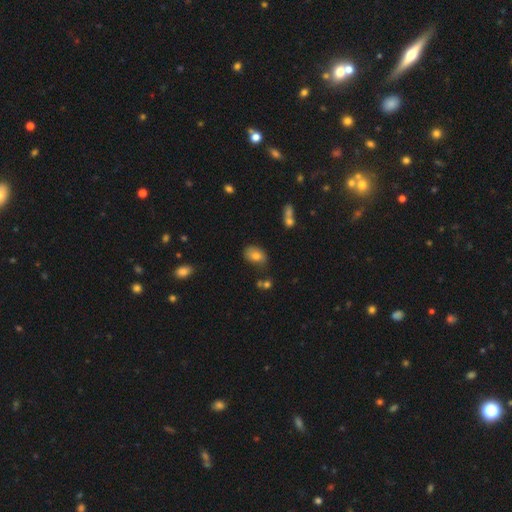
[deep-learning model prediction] This is likely a smooth galaxy (77%). How rounded: likely in between (80%). Merging: likely none (65%).